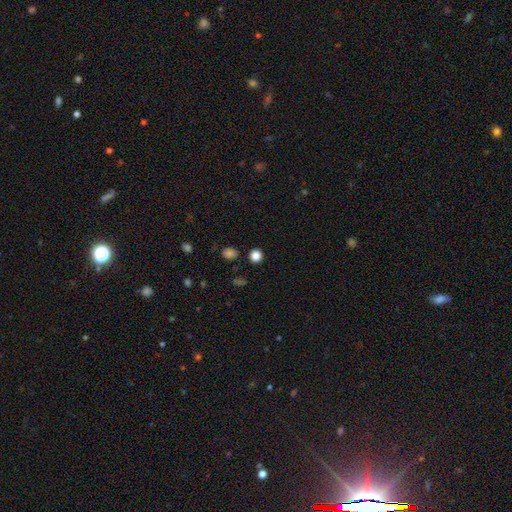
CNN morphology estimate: A smooth galaxy with no disk features (83%) that is round (89%). Merging: none (89%).